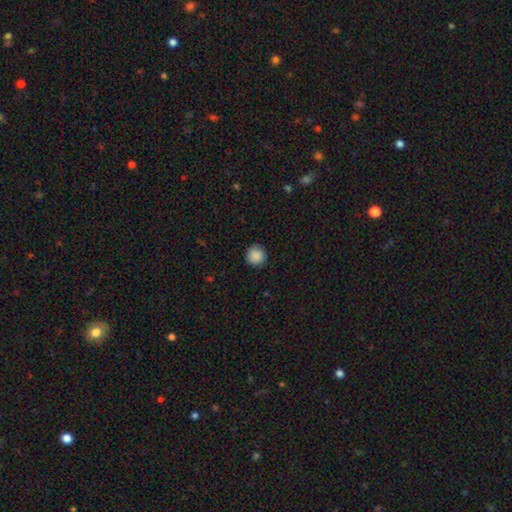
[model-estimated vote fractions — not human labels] smooth_or_featured: smooth (p=0.88) [alt: star or artifact p=0.09]
how_rounded: round (p=0.95) [alt: in between p=0.04]
merging: none (p=0.89) [alt: minor disturbance p=0.08]